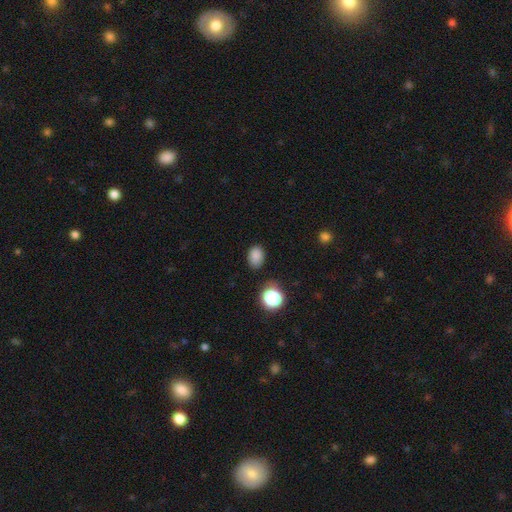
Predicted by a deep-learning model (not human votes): This appears to be a smooth galaxy with no disk features (82%) that is in between round and cigar-shaped (72%). Merging: none (79%).